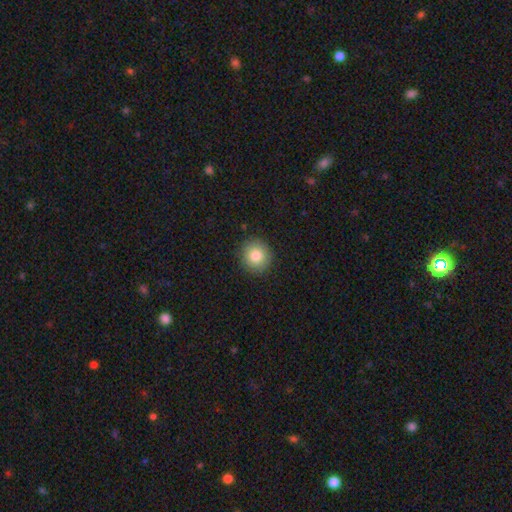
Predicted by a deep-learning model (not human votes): smooth_or_featured: smooth (p=0.82) [alt: star or artifact p=0.09]
how_rounded: round (p=0.92) [alt: in between p=0.07]
merging: none (p=0.90) [alt: minor disturbance p=0.07]